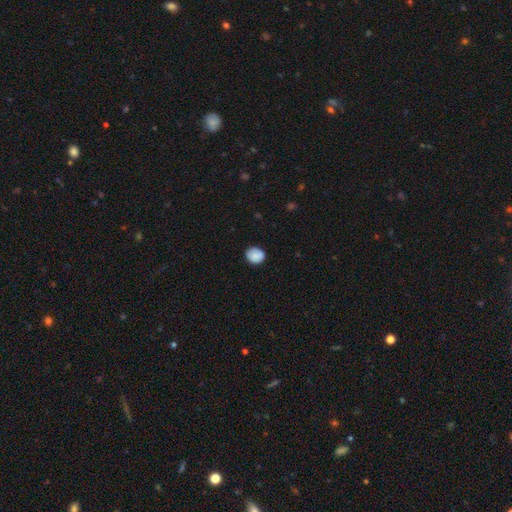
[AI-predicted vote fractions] A smooth galaxy with no disk features (86%) that is round (72%).

Vote fractions:
- Smooth or featured? smooth: 86% / star or artifact: 8% / featured or disk: 6%
- How rounded? round: 72% / in between: 27% / cigar-shaped: 1%
- Merging? none: 80% / minor disturbance: 16% / major disturbance: 3% / merger: 1%